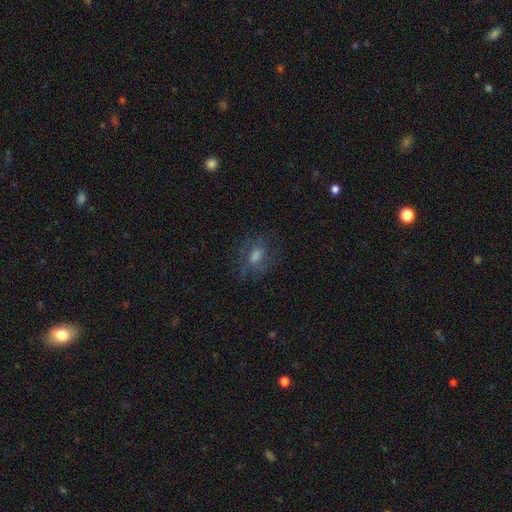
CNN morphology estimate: A featured or disk galaxy (45%). Merging: none (67%).